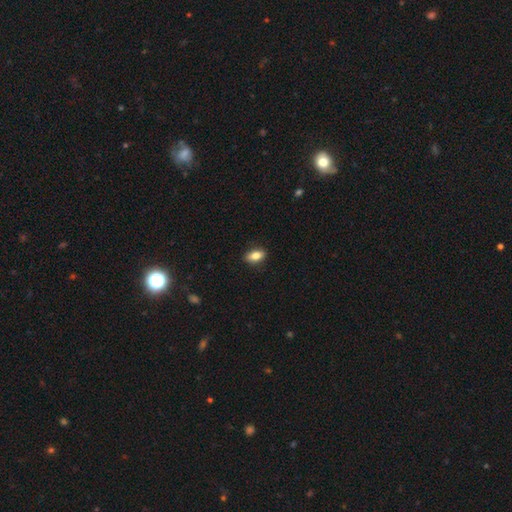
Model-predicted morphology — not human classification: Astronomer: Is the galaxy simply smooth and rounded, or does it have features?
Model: smooth — 81%.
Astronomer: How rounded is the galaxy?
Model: in between — 87%.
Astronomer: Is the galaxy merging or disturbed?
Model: none — 87%.